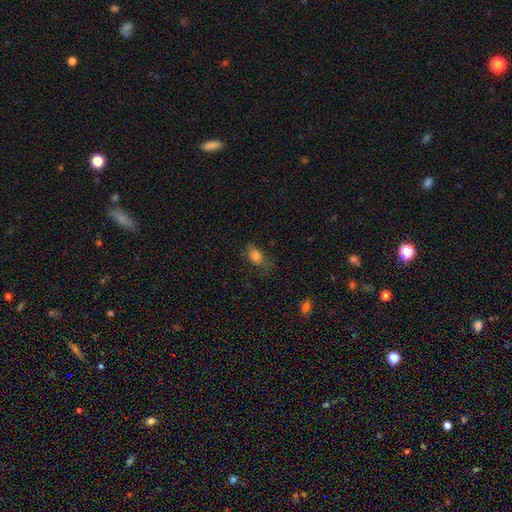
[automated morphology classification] Q: Smooth or featured?
A: smooth (80%); runner-up: star or artifact (11%)
Q: How rounded?
A: in between (80%); runner-up: round (16%)
Q: Merging?
A: none (63%); runner-up: minor disturbance (25%)